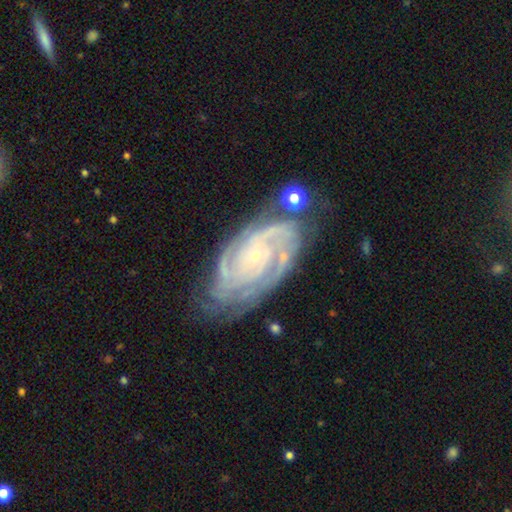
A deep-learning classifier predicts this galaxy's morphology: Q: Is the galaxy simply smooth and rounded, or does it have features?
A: featured or disk — 90%.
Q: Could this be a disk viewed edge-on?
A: no — 96%.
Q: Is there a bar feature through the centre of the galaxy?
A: no — 73%.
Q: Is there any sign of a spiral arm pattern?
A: yes — 98%.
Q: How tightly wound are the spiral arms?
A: tight — 75%.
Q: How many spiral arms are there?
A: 3 — 25%.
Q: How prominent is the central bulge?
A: small — 84%.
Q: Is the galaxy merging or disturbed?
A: none — 66%.